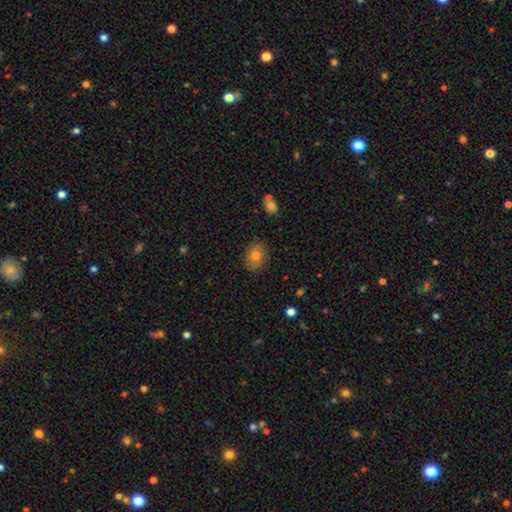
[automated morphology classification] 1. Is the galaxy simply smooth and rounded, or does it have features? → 77% smooth, 13% featured or disk, 10% star or artifact.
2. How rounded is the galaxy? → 67% in between, 31% round, 1% cigar-shaped.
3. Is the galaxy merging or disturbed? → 86% none, 10% minor disturbance, 2% major disturbance, 1% merger.